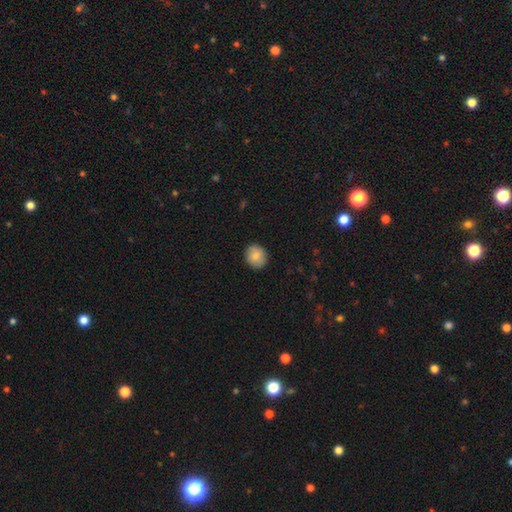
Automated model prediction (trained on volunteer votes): Morphology: type=smooth (84%); roundness=round (79%); merging=none (89%).